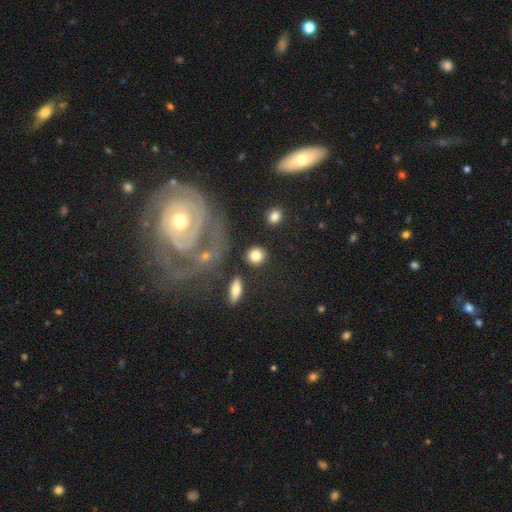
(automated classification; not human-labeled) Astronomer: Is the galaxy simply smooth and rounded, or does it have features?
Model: smooth — 81%.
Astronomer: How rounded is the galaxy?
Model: round — 86%.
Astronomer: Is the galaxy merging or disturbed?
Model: none — 83%.